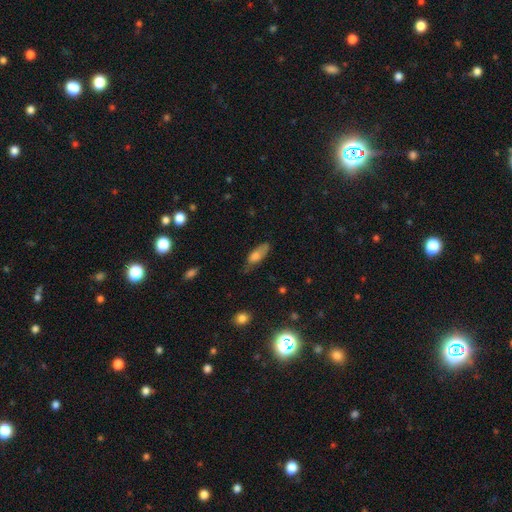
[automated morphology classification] type=smooth (69%); roundness=in between (70%); merging=none (55%).